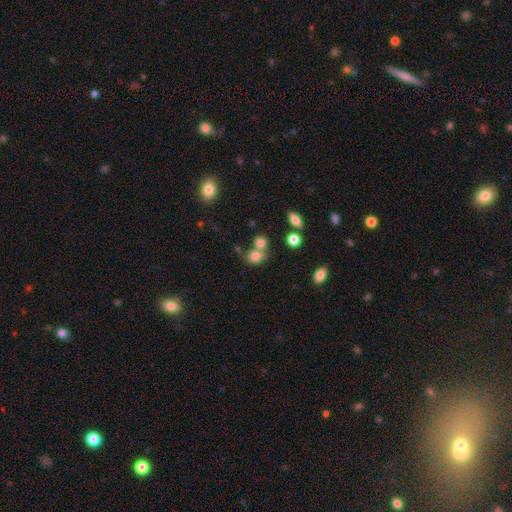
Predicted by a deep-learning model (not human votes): A smooth galaxy with no disk features (79%) that is round (62%).

Vote fractions:
- Smooth or featured? smooth: 79% / star or artifact: 12% / featured or disk: 9%
- How rounded? round: 62% / in between: 36% / cigar-shaped: 1%
- Merging? none: 45% / merger: 41% / minor disturbance: 10% / major disturbance: 4%